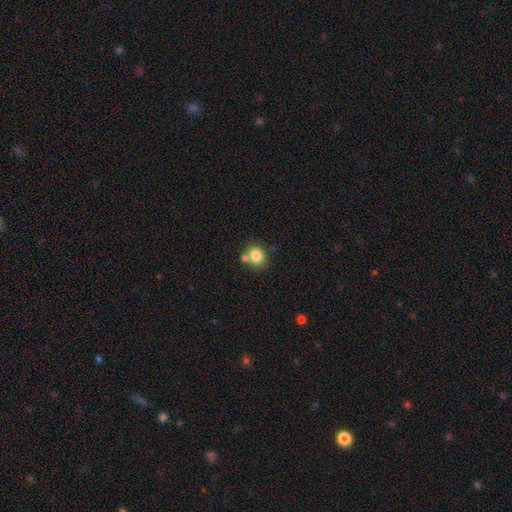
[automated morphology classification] Overall: smooth (82%). How rounded: round (80%). Merging: none (64%).